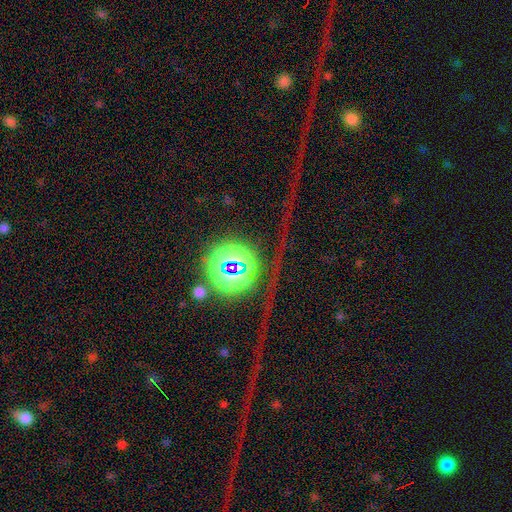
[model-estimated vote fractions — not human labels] star or artifact 81%, featured or disk 10%, smooth 9%.